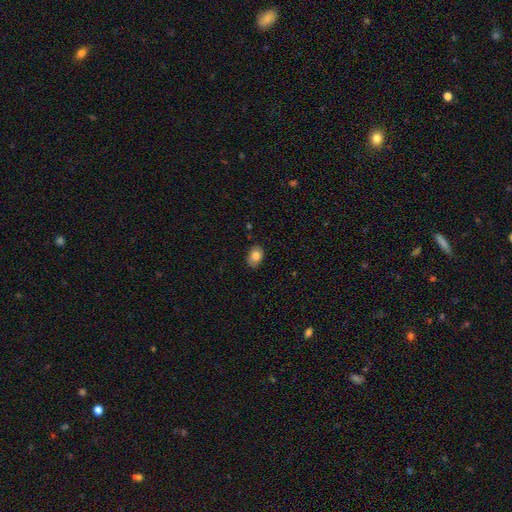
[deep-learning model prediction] Overall: smooth (84%). How rounded: in between (79%). Merging: none (79%).